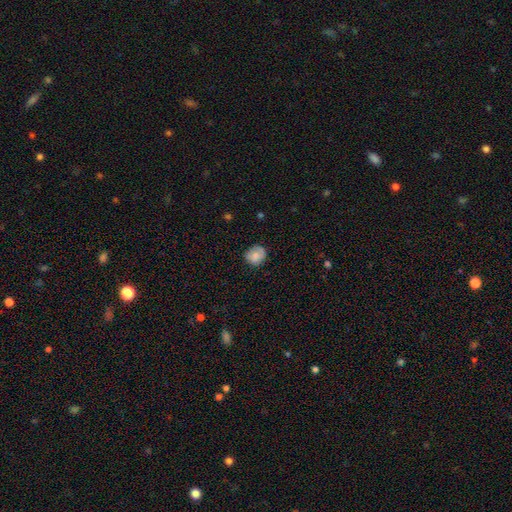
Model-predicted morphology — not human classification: type=smooth (77%); roundness=round (78%); merging=none (73%).